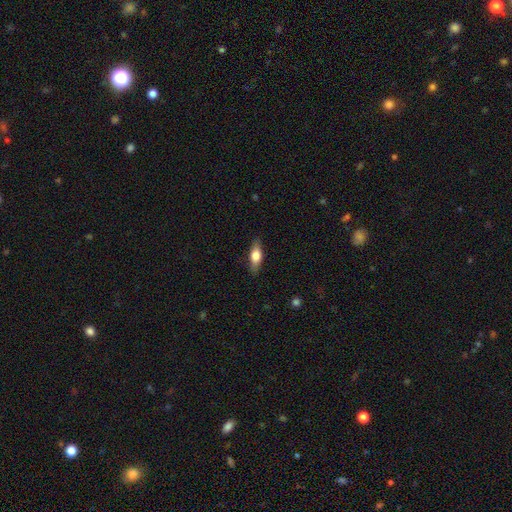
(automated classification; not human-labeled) This is likely a smooth galaxy (63%). How rounded: likely in between (66%). Merging: clearly none (85%).